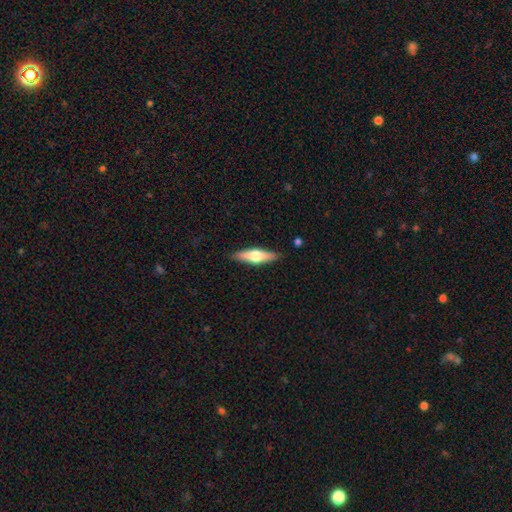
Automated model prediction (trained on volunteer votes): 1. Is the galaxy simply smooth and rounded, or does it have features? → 55% featured or disk, 40% smooth, 6% star or artifact.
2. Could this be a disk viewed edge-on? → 94% yes, 6% no.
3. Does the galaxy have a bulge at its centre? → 94% rounded, 4% boxy, 2% none.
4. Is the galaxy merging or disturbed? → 88% none, 8% minor disturbance, 2% major disturbance, 1% merger.